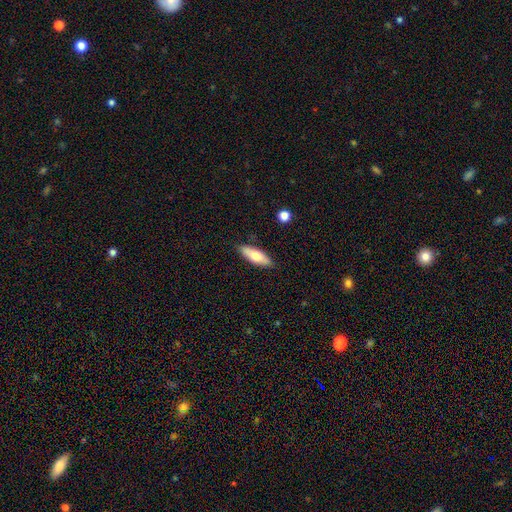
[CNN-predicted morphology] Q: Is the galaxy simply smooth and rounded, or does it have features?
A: smooth — 67%.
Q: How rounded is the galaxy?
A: in between — 58%.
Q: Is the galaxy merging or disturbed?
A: none — 86%.